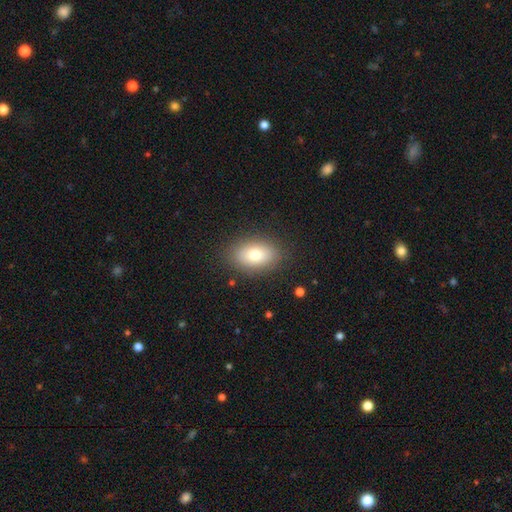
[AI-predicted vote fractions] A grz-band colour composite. It shows a smooth galaxy with no disk features (77%) that is in between round and cigar-shaped (82%). Merging: none (86%).